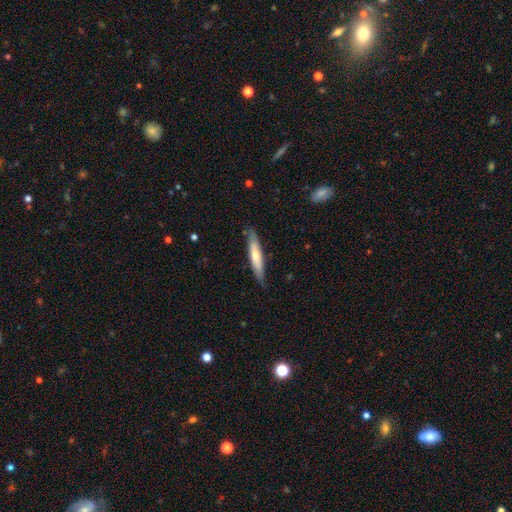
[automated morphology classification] Smooth or featured: smooth — 58% (featured or disk — 37%)
How rounded: cigar-shaped — 87% (in between — 12%)
Merging: none — 82% (minor disturbance — 14%)